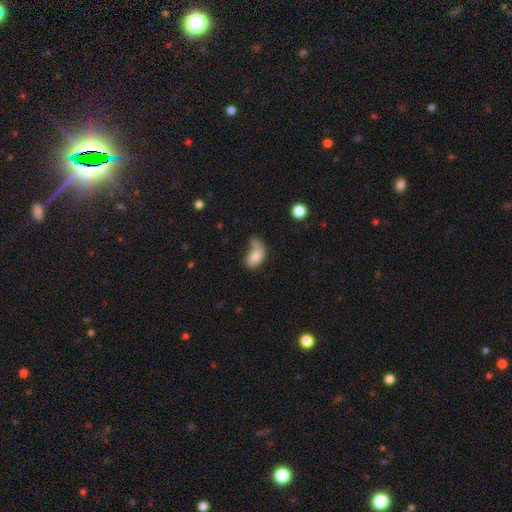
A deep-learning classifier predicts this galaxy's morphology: A smooth galaxy with no disk features (71%) that is in between round and cigar-shaped (88%).

Vote fractions:
- Smooth or featured? smooth: 71% / featured or disk: 20% / star or artifact: 9%
- How rounded? in between: 88% / round: 9% / cigar-shaped: 3%
- Merging? major disturbance: 28% (tied) / none: 28% (tied) / minor disturbance: 23% / merger: 22%